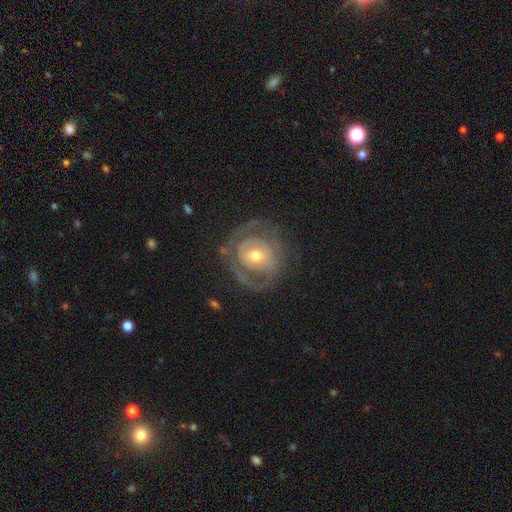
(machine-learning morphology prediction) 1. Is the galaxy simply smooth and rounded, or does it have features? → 76% featured or disk, 18% smooth, 7% star or artifact.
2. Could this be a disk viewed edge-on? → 97% no, 3% yes.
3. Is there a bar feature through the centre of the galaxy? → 66% no, 25% weak, 10% strong.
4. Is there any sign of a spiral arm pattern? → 69% yes, 31% no.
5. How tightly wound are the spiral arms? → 66% tight, 24% medium, 10% loose.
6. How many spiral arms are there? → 37% 2 (tied), 37% can't tell (tied), 9% 3, 9% 1, 4% 4, 3% more than 4.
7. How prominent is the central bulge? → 58% moderate, 36% small, 4% large, 1% none, 1% dominant.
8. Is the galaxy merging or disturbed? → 73% none, 15% minor disturbance, 10% major disturbance, 2% merger.